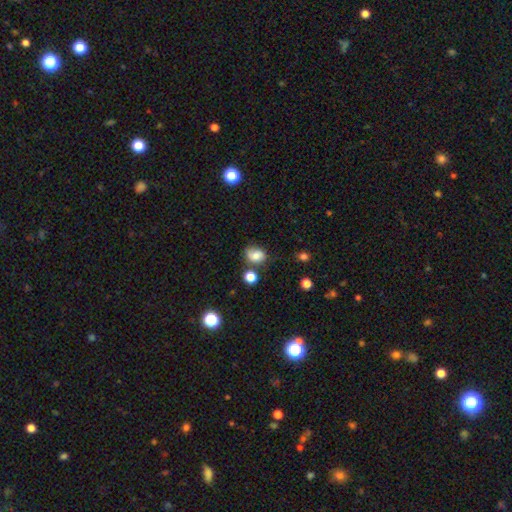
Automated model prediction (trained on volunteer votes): Overall: smooth (72%). How rounded: round (53%; in between 46%). Merging: none (55%; minor disturbance 27%).